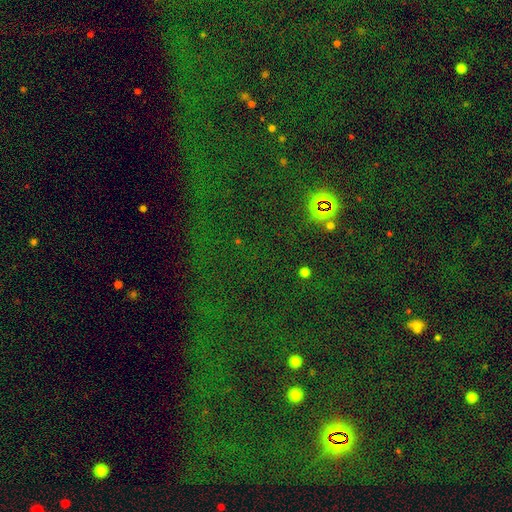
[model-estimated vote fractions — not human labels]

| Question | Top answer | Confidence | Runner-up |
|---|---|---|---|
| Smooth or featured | star or artifact | 80% | smooth (12%) |